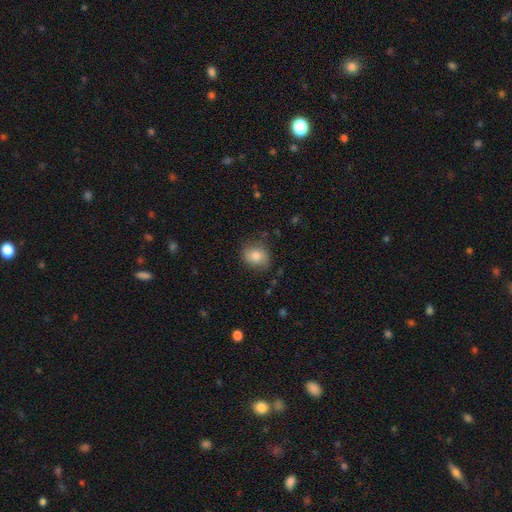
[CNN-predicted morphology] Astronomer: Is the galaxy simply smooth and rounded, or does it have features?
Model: smooth — 75%.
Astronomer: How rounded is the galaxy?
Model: round — 55% (runner-up: in between, 44%).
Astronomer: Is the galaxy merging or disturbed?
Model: none — 76%.